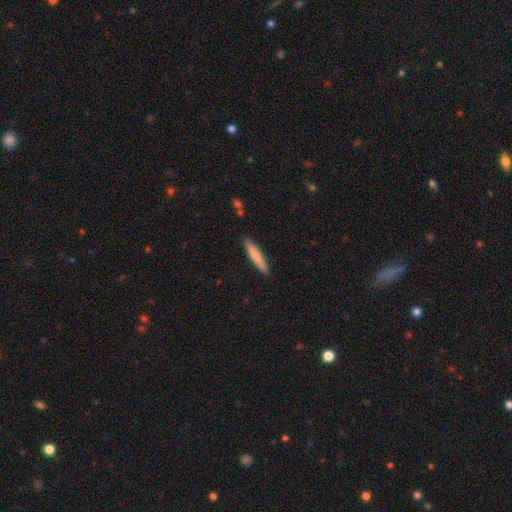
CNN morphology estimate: smooth_or_featured: smooth (p=0.77) [alt: featured or disk p=0.18]
how_rounded: cigar-shaped (p=0.91) [alt: in between p=0.08]
merging: none (p=0.89) [alt: minor disturbance p=0.08]